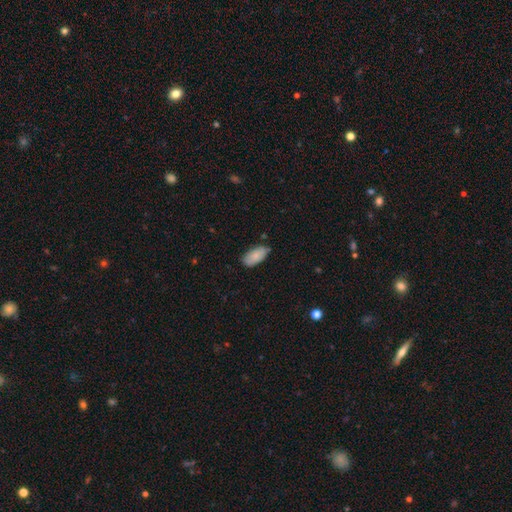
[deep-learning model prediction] A smooth galaxy with no disk features (85%) that is in between round and cigar-shaped (94%). Merging: none (71%).